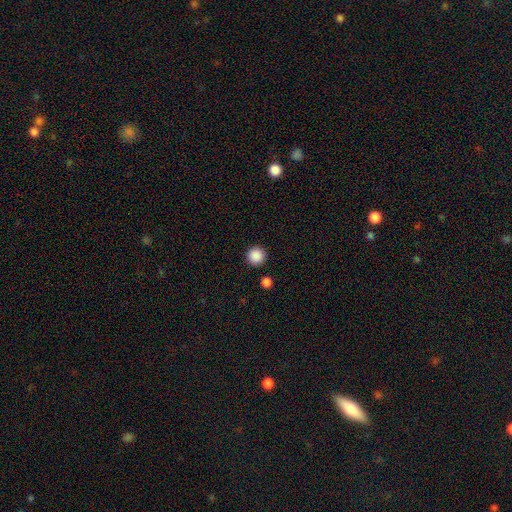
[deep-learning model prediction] smooth_or_featured: smooth (p=0.88) [alt: star or artifact p=0.09]
how_rounded: round (p=0.96) [alt: in between p=0.03]
merging: none (p=0.90) [alt: minor disturbance p=0.05]